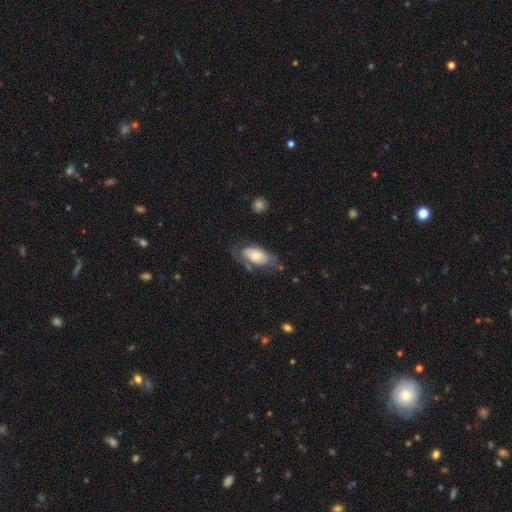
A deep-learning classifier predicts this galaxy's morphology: smooth_or_featured: smooth (p=0.58) [alt: featured or disk p=0.35]
how_rounded: in between (p=0.92) [alt: cigar-shaped p=0.04]
merging: none (p=0.50) [alt: minor disturbance p=0.27]